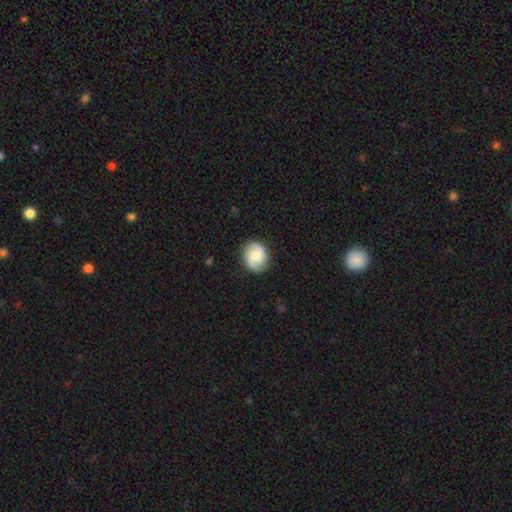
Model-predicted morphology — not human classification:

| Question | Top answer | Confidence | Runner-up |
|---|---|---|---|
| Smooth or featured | featured or disk | 54% | smooth (39%) |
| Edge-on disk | no | 98% | yes (2%) |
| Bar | no | 60% | weak (34%) |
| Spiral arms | yes | 94% | no (6%) |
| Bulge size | small | 34% | moderate (33%) |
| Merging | none | 85% | minor disturbance (11%) |